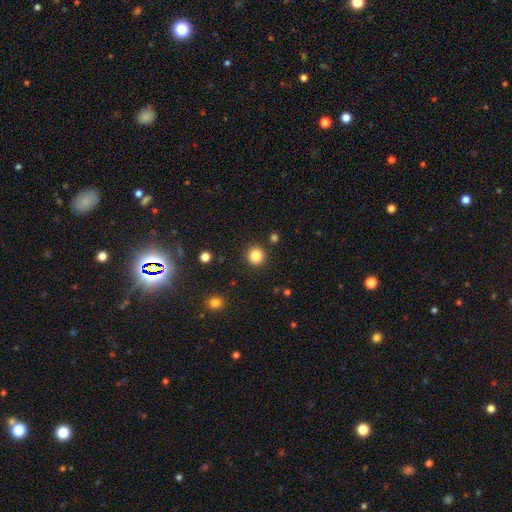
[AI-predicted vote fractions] A smooth galaxy with no disk features (84%) that is round (94%). Merging: none (90%).